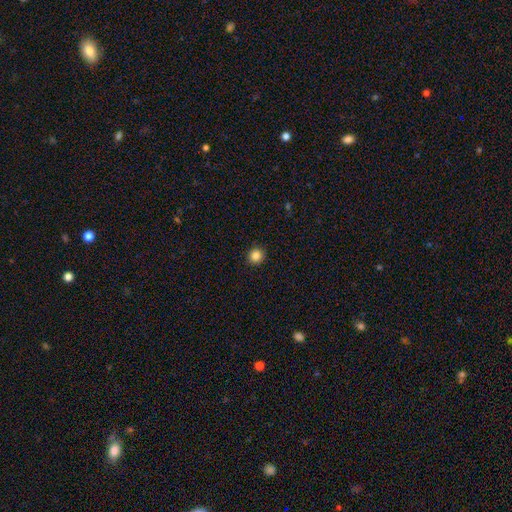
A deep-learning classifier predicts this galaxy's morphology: smooth-or-featured: smooth: 85% | star or artifact: 11% | featured or disk: 4%
  how-rounded: round: 91% | in between: 8% | cigar-shaped: 1%
  merging: none: 93% | minor disturbance: 5% | major disturbance: 2% | merger: 1%